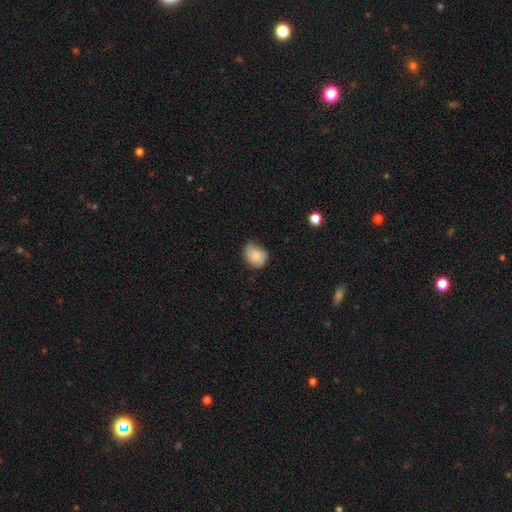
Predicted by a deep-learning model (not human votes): smooth 72%, featured or disk 20%, star or artifact 8%. Down the decision tree: how rounded — round (55%); merging — none (59%).